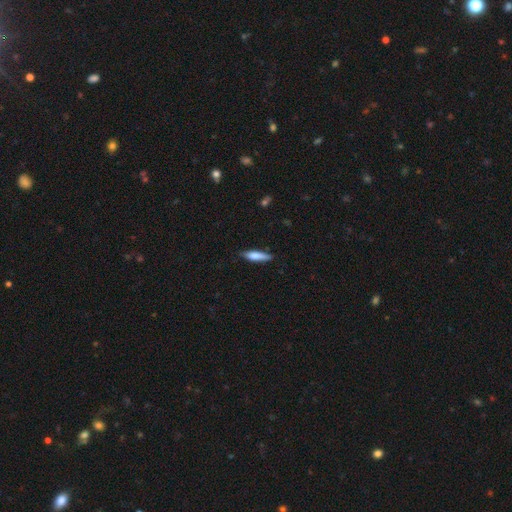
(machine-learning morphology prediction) Smooth or featured?
  - smooth: 75% *
  - featured or disk: 19%
  - star or artifact: 6%
How rounded?
  - cigar-shaped: 76% *
  - in between: 22%
  - round: 2%
Merging?
  - none: 78% *
  - minor disturbance: 18%
  - major disturbance: 3%
  - merger: 1%